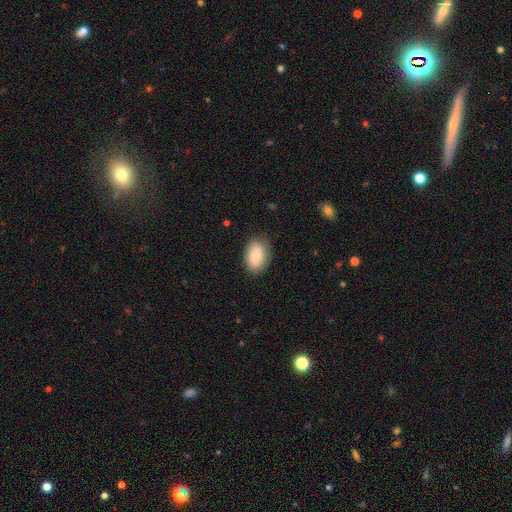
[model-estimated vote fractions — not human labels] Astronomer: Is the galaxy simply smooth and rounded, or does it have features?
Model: smooth — 81%.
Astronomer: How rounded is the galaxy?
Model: in between — 88%.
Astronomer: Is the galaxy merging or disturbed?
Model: none — 79%.